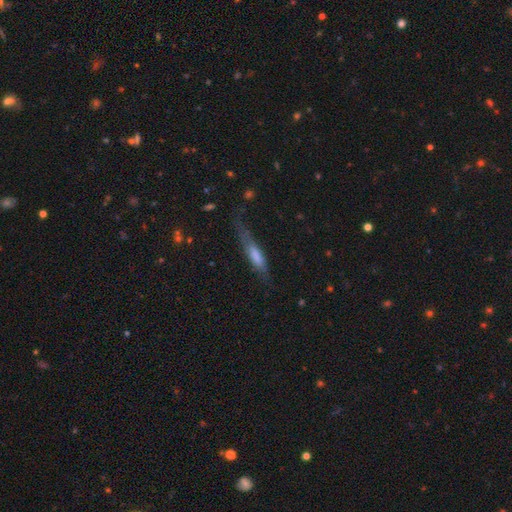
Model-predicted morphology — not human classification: This is likely a smooth galaxy (61%). How rounded: likely cigar-shaped (74%). Merging: possibly none (54%).